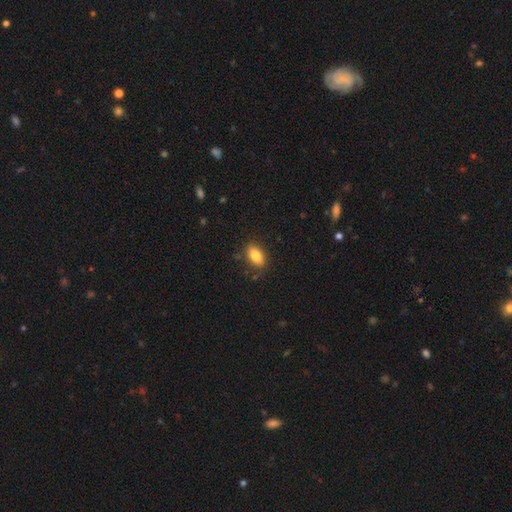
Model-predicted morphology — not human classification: Smooth or featured? Predicted: smooth (p=0.83). How rounded? Predicted: in between (p=0.89). Merging? Predicted: none (p=0.84).